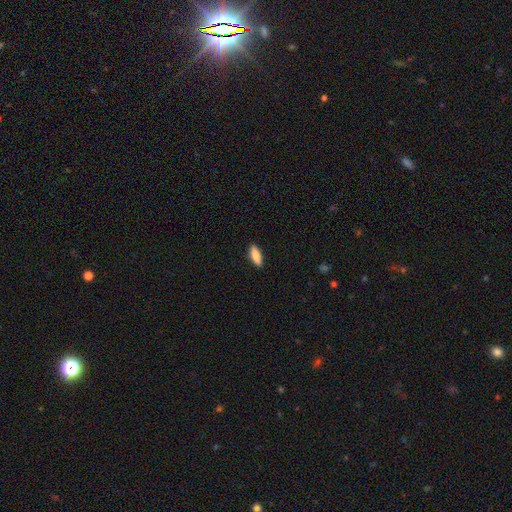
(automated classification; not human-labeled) A smooth galaxy with no disk features (83%) that is in between round and cigar-shaped (58%). Merging: none (90%).